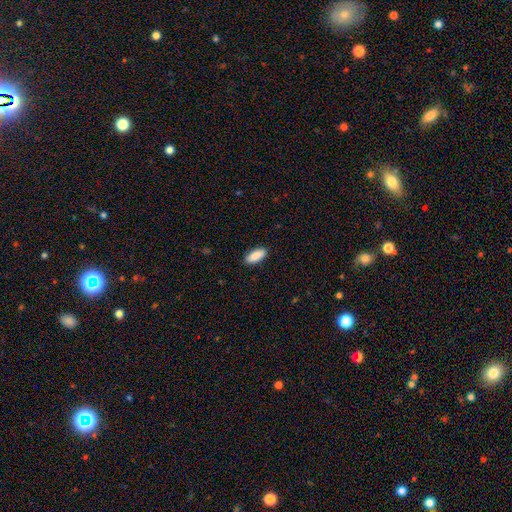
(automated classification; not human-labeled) Overall: smooth (89%). How rounded: in between (85%). Merging: none (90%).